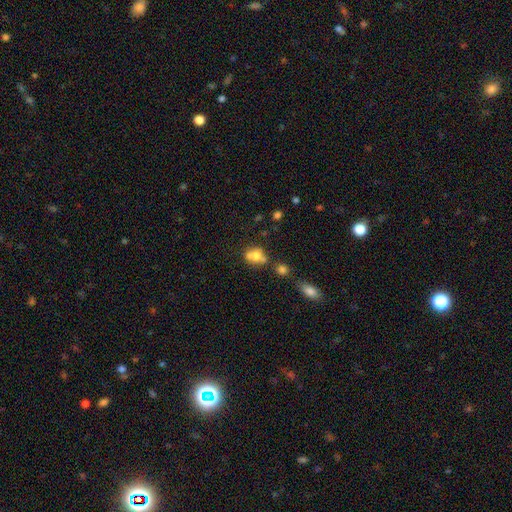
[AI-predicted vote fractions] Overall: smooth (68%). How rounded: round (51%; in between 47%). Merging: none (41%; merger 39%).